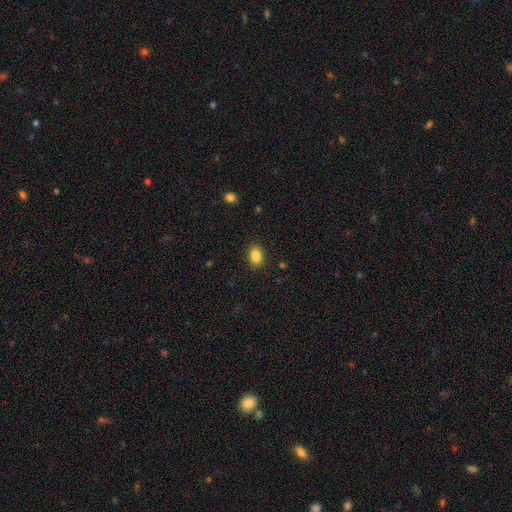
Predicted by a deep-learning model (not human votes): This is clearly a smooth galaxy (86%). How rounded: clearly in between (84%). Merging: clearly none (88%).